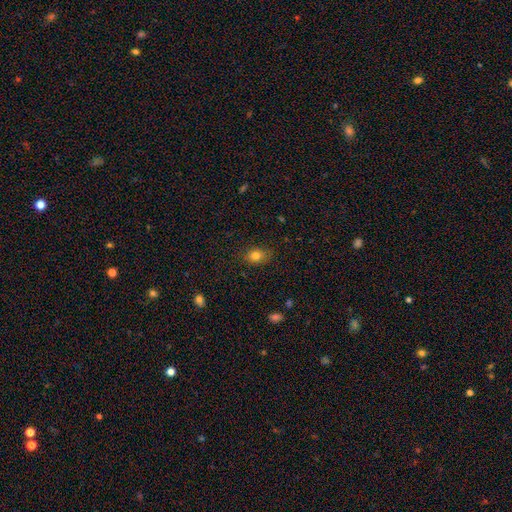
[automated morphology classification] Smooth or featured?
  - smooth: 80% *
  - star or artifact: 11%
  - featured or disk: 8%
How rounded?
  - in between: 70% *
  - round: 29%
  - cigar-shaped: 2%
Merging?
  - none: 83% *
  - minor disturbance: 13%
  - major disturbance: 3%
  - merger: 1%